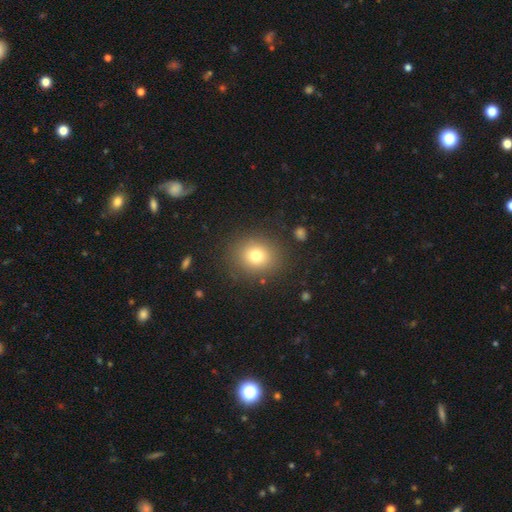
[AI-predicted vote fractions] smooth 77%, star or artifact 13%, featured or disk 10%. Down the decision tree: how rounded — round (73%); merging — none (85%).